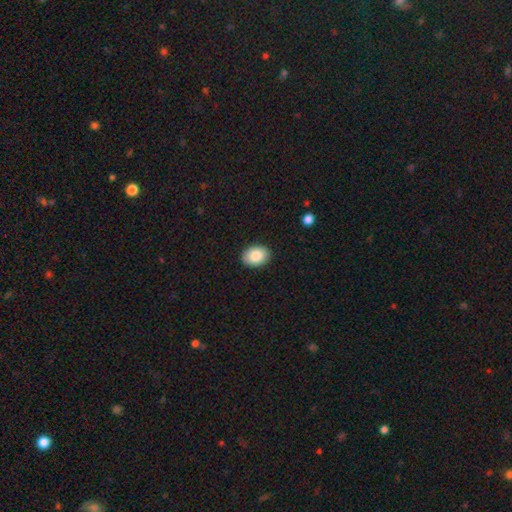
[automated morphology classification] Smooth or featured?
  - smooth: 86% *
  - featured or disk: 7%
  - star or artifact: 7%
How rounded?
  - in between: 70% *
  - round: 29%
  - cigar-shaped: 1%
Merging?
  - none: 90% *
  - minor disturbance: 7%
  - major disturbance: 2%
  - merger: 1%